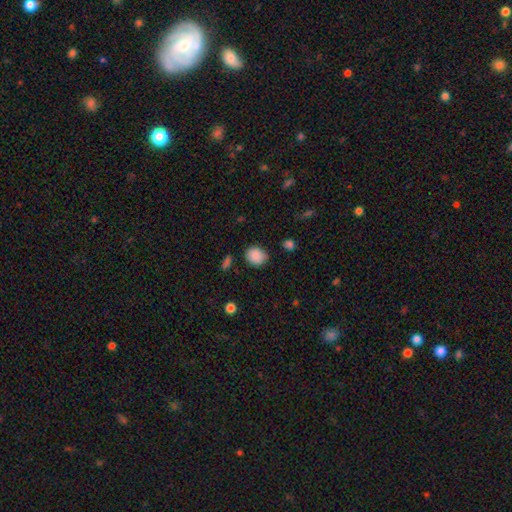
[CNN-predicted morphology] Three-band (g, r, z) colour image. It shows a smooth galaxy with no disk features (88%) that is round (63%). Merging: none (80%).